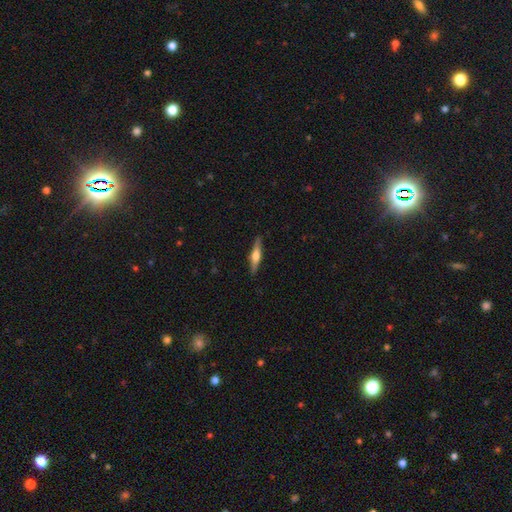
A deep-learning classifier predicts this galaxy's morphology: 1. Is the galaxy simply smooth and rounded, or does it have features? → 60% featured or disk, 34% smooth, 6% star or artifact.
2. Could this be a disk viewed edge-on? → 97% yes, 3% no.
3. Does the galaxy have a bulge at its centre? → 89% rounded, 7% boxy, 4% none.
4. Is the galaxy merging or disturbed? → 89% none, 8% minor disturbance, 2% major disturbance, 1% merger.